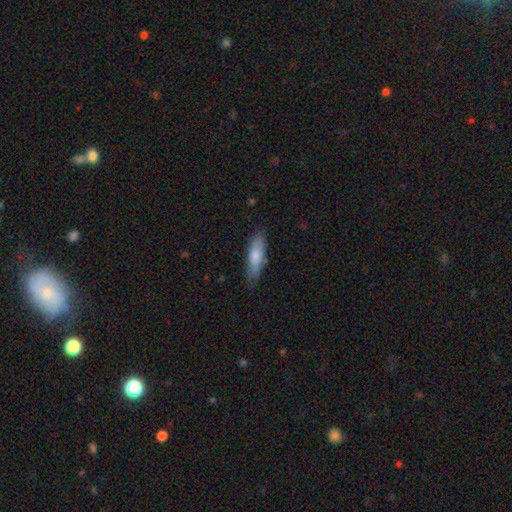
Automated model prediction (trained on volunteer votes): smooth 76%, featured or disk 19%, star or artifact 6%. Down the decision tree: how rounded — cigar-shaped (56%); merging — none (78%).